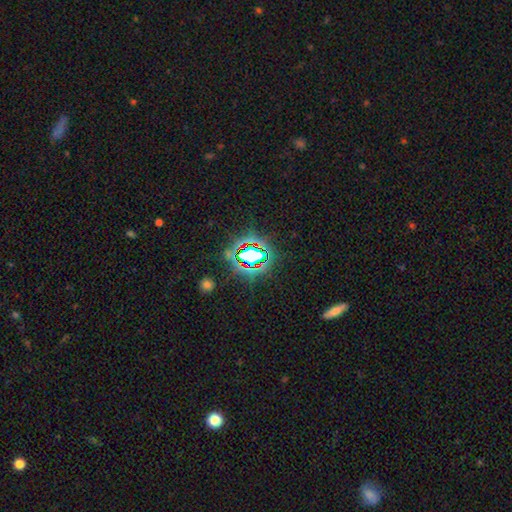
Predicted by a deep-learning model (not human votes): The model was most divided on "smooth or featured": star or artifact: 67%, smooth: 21%, featured or disk: 11%.